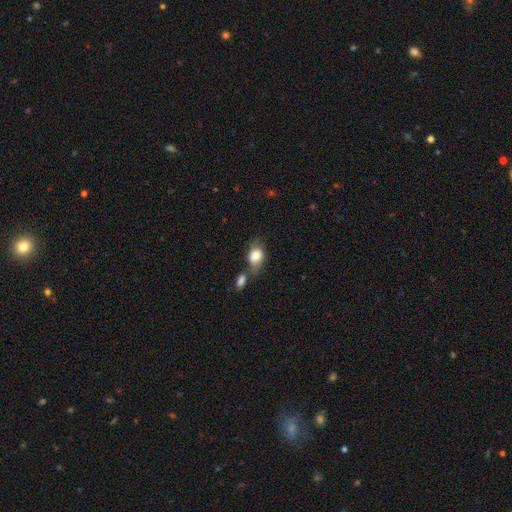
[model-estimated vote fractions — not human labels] Q: Smooth or featured?
A: smooth (78%); runner-up: featured or disk (15%)
Q: How rounded?
A: in between (77%); runner-up: round (20%)
Q: Merging?
A: none (44%); runner-up: merger (30%)